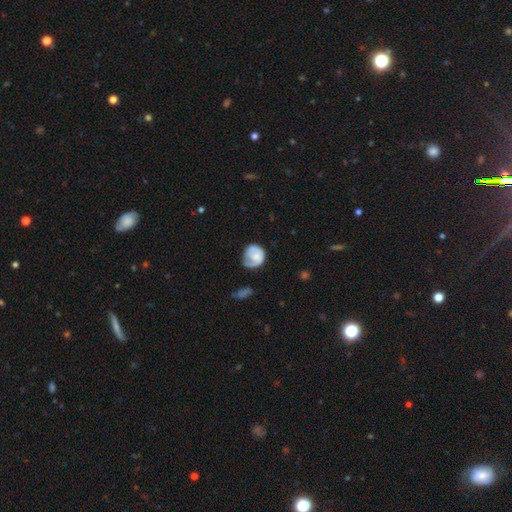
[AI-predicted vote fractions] Smooth or featured: smooth — 52% (featured or disk — 41%)
How rounded: round — 74% (in between — 25%)
Merging: none — 45% (minor disturbance — 31%)